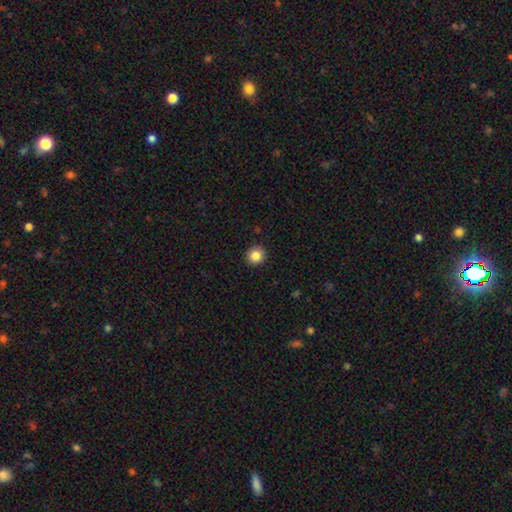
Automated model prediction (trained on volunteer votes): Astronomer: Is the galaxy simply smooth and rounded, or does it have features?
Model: smooth — 85%.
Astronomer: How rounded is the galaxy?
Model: round — 92%.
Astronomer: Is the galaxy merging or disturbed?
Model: none — 93%.